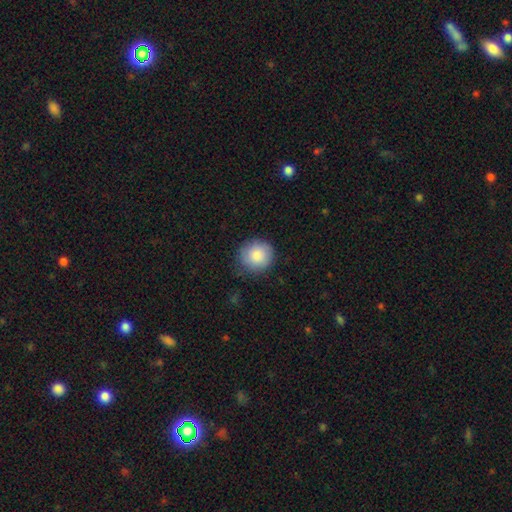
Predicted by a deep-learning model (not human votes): A smooth galaxy with no disk features (86%) that is round (92%).

Vote fractions:
- Smooth or featured? smooth: 86% / star or artifact: 7% / featured or disk: 7%
- How rounded? round: 92% / in between: 8% / cigar-shaped: 1%
- Merging? none: 81% / minor disturbance: 14% / major disturbance: 3% / merger: 1%